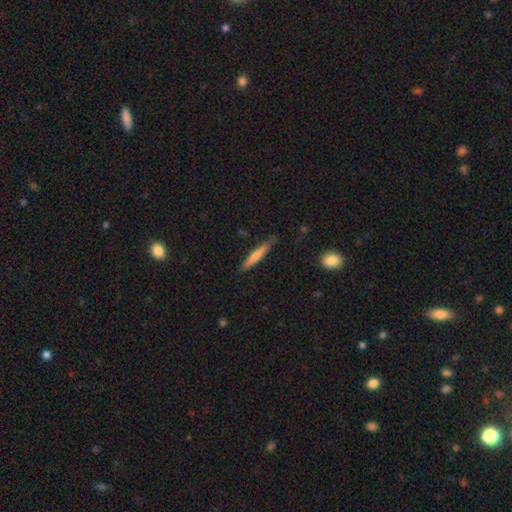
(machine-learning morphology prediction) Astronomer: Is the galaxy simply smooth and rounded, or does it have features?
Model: smooth — 56% (runner-up: featured or disk, 38%).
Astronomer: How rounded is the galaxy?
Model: cigar-shaped — 94%.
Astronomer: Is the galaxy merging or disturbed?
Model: none — 84%.